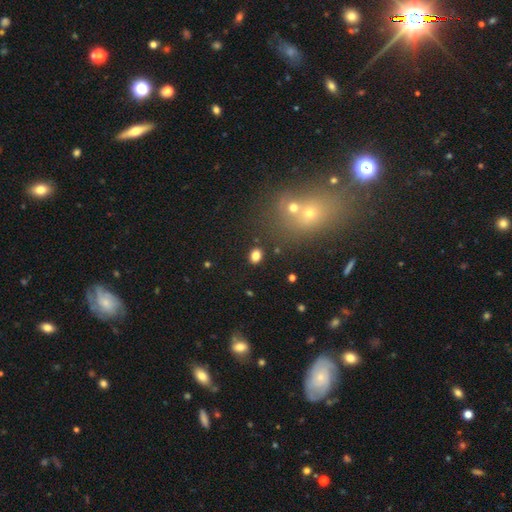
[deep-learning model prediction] This appears to be a smooth galaxy with no disk features (80%) that is in between round and cigar-shaped (61%). Merging: none (85%).